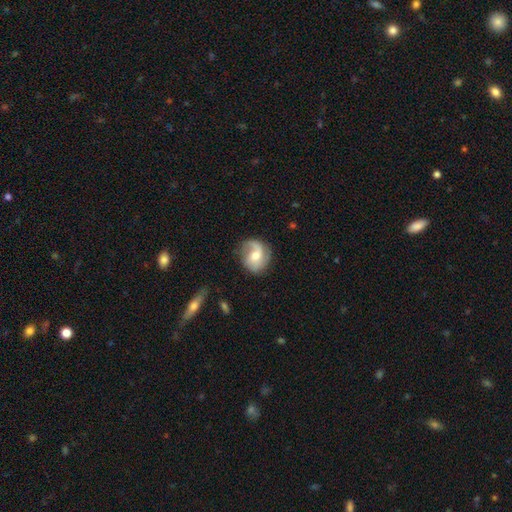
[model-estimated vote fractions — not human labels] This is likely a featured or disk galaxy (68%). It is clearly not viewed edge-on (97%). Bar: possibly no (51%). Spiral arm pattern: clearly yes (90%). Spiral arm count: possibly 2 (58%). Spiral winding: marginally medium (42%). Central bulge: likely moderate (62%). Merging: likely none (66%).